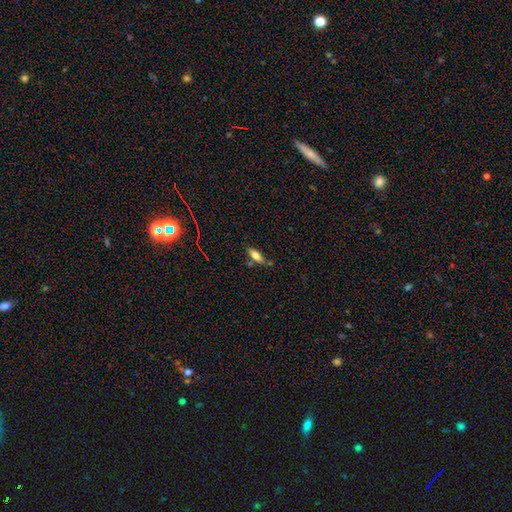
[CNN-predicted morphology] Q: Smooth or featured?
A: smooth (70%); runner-up: featured or disk (20%)
Q: How rounded?
A: in between (66%); runner-up: cigar-shaped (31%)
Q: Merging?
A: none (59%); runner-up: minor disturbance (22%)